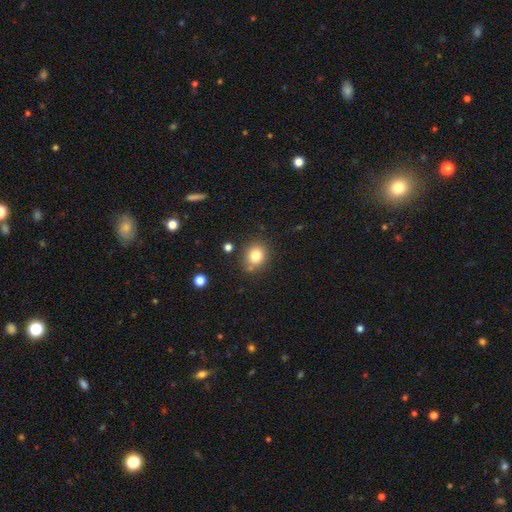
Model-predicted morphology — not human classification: smooth_or_featured: smooth (p=0.81) [alt: star or artifact p=0.11]
how_rounded: round (p=0.67) [alt: in between p=0.33]
merging: none (p=0.78) [alt: minor disturbance p=0.13]